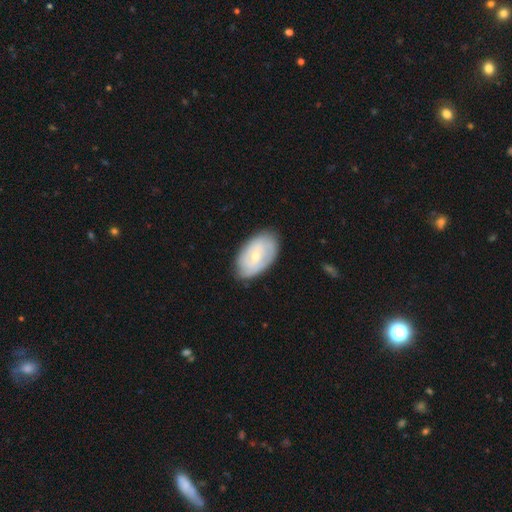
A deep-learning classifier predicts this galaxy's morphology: Smooth or featured? Predicted: featured or disk (p=0.53). Edge-on disk? Predicted: no (p=0.94). Merging? Predicted: none (p=0.80).